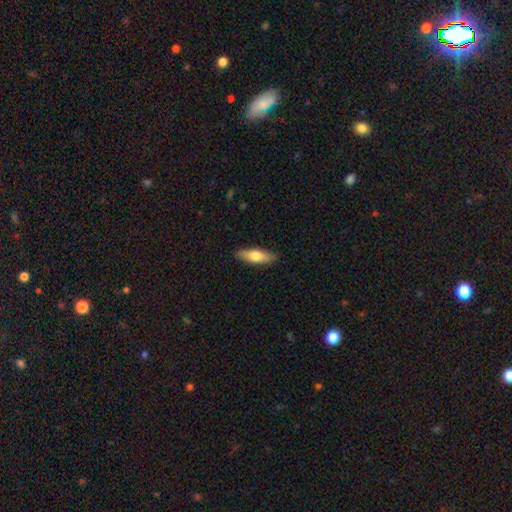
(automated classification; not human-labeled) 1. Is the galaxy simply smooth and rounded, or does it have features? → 67% smooth, 28% featured or disk, 6% star or artifact.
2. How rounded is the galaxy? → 50% cigar-shaped, 48% in between, 2% round.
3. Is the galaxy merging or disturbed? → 87% none, 10% minor disturbance, 2% major disturbance, 1% merger.